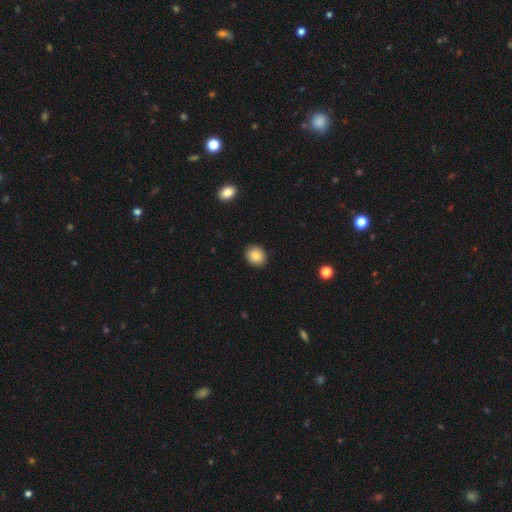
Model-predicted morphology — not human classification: The model was most divided on "how rounded": round: 72%, in between: 27%, cigar-shaped: 1%. More confident: merging — none (91%); smooth or featured — smooth (86%).